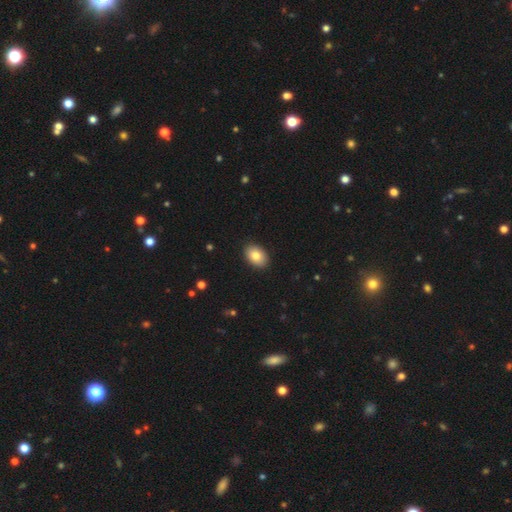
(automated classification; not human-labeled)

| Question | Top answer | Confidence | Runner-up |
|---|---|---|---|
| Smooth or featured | smooth | 84% | featured or disk (9%) |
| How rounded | in between | 86% | round (13%) |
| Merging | none | 90% | minor disturbance (7%) |